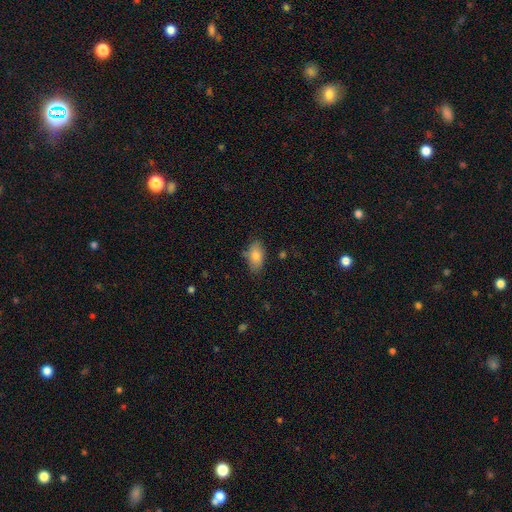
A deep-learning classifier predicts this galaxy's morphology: smooth_or_featured: smooth (p=0.83) [alt: featured or disk p=0.09]
how_rounded: in between (p=0.90) [alt: round p=0.06]
merging: none (p=0.73) [alt: minor disturbance p=0.20]